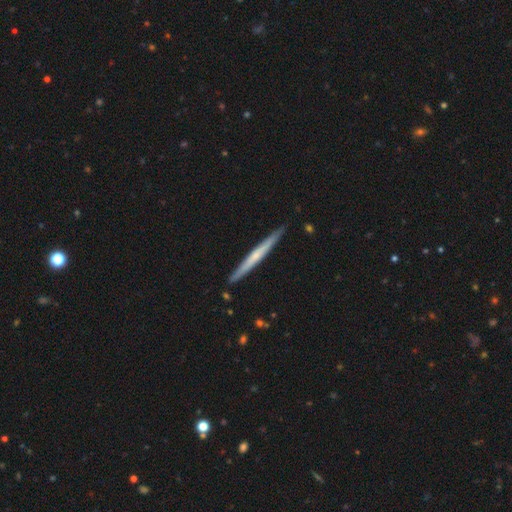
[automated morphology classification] Smooth or featured? featured or disk (56%)
Edge-on disk? yes (97%)
Edge-on bulge? none (63%)
Merging? none (90%)